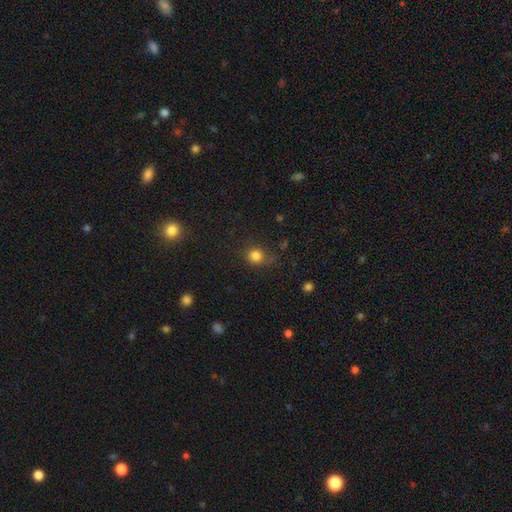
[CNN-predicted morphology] The model was most divided on "merging": none: 74%, minor disturbance: 17%, major disturbance: 6%, merger: 3%. More confident: how rounded — round (87%); smooth or featured — smooth (82%).